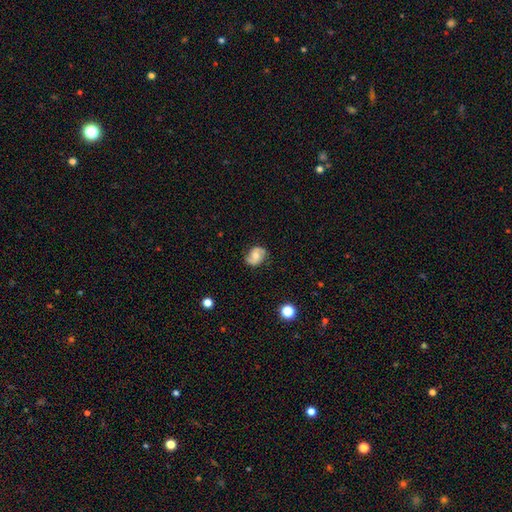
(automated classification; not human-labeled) Q: Smooth or featured?
A: featured or disk (58%); runner-up: smooth (33%)
Q: Edge-on disk?
A: no (97%); runner-up: yes (3%)
Q: Bar?
A: no (59%); runner-up: weak (33%)
Q: Spiral arms?
A: yes (89%); runner-up: no (11%)
Q: Spiral winding?
A: medium (46%); runner-up: tight (27%)
Q: Spiral arm count?
A: 2 (87%); runner-up: can't tell (7%)
Q: Bulge size?
A: moderate (58%); runner-up: small (31%)
Q: Merging?
A: none (76%); runner-up: minor disturbance (18%)